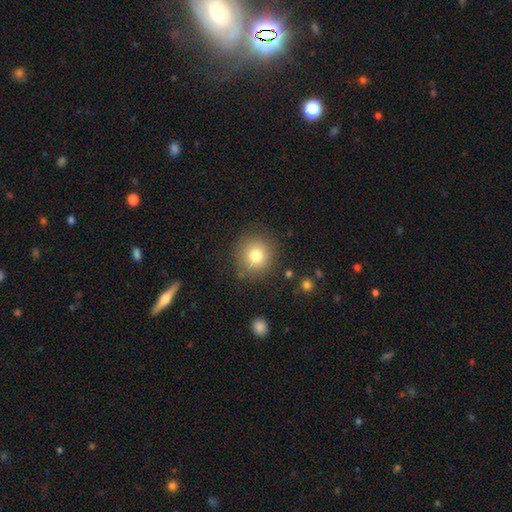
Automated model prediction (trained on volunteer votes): smooth 79%, star or artifact 11%, featured or disk 10%. Down the decision tree: how rounded — round (90%); merging — none (84%).